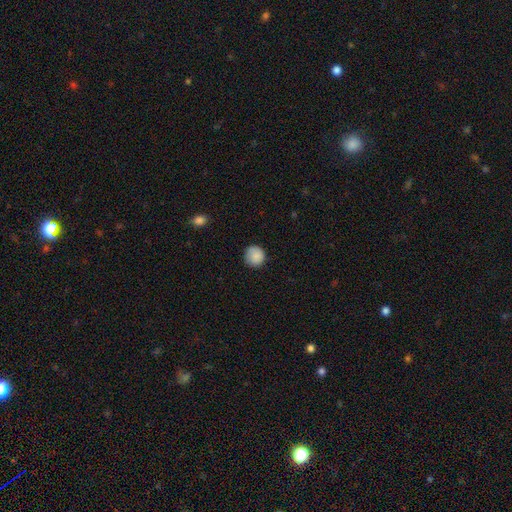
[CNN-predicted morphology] smooth 87%, star or artifact 8%, featured or disk 5%. Down the decision tree: how rounded — round (91%); merging — none (83%).